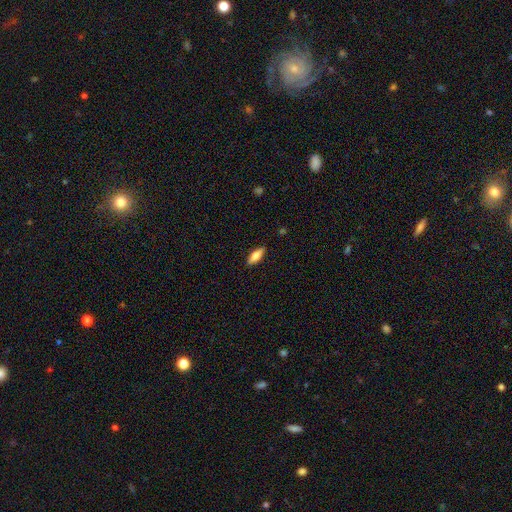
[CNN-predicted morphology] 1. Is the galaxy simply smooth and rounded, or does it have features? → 70% smooth, 24% featured or disk, 6% star or artifact.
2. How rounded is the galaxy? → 63% in between, 34% cigar-shaped, 2% round.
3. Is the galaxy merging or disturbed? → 88% none, 9% minor disturbance, 2% major disturbance, 1% merger.